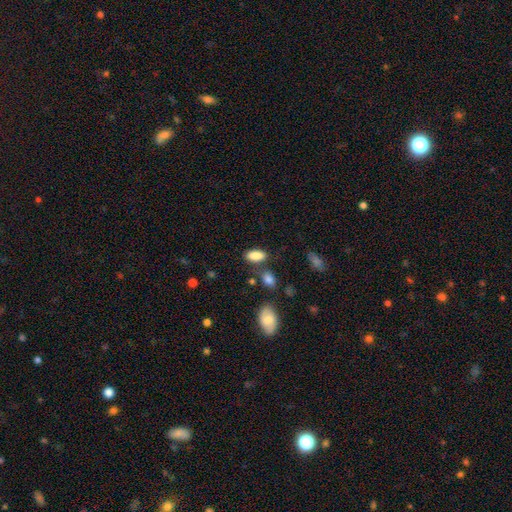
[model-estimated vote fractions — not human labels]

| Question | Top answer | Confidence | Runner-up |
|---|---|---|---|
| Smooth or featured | smooth | 86% | star or artifact (8%) |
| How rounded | in between | 91% | cigar-shaped (5%) |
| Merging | none | 74% | minor disturbance (14%) |